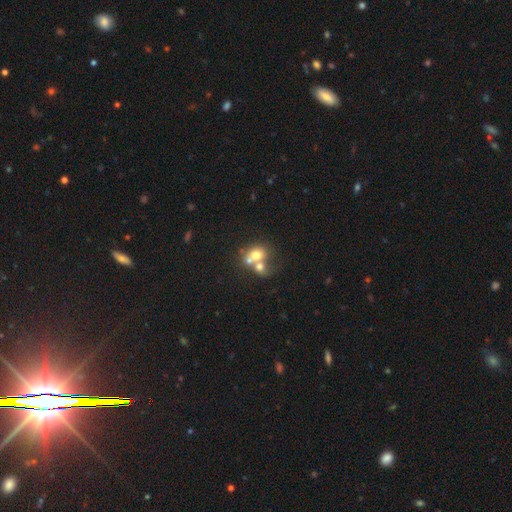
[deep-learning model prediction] smooth_or_featured: smooth (p=0.63) [alt: featured or disk p=0.25]
how_rounded: round (p=0.58) [alt: in between p=0.41]
merging: merger (p=0.65) [alt: none p=0.23]